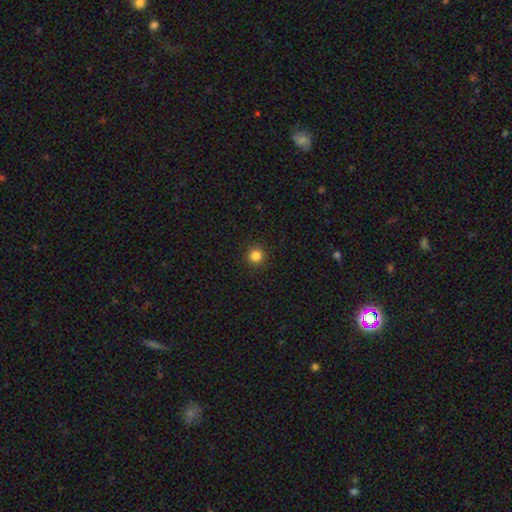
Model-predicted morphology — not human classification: Smooth or featured: smooth — 84% (star or artifact — 13%)
How rounded: round — 95% (in between — 4%)
Merging: none — 92% (minor disturbance — 5%)